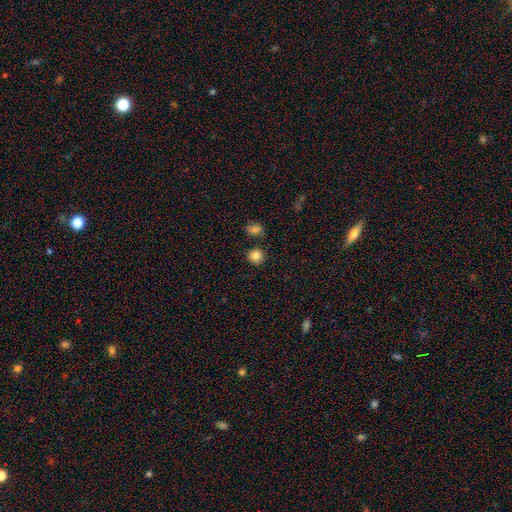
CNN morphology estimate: Smooth or featured? smooth (84%)
How rounded? round (88%)
Merging? none (84%)